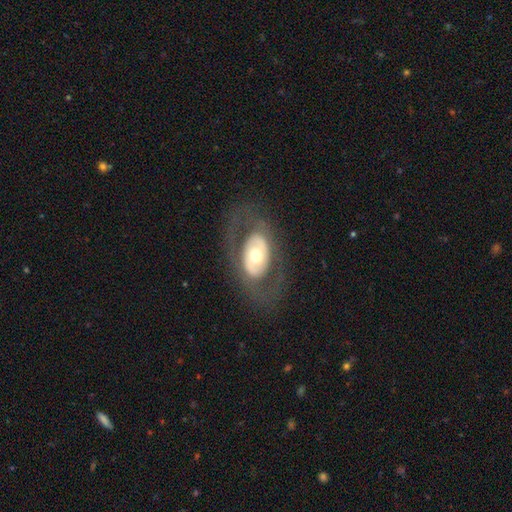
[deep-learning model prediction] Q: Smooth or featured?
A: featured or disk (61%); runner-up: smooth (33%)
Q: Edge-on disk?
A: no (90%); runner-up: yes (10%)
Q: Bar?
A: no (81%); runner-up: weak (12%)
Q: Spiral arms?
A: no (79%); runner-up: yes (21%)
Q: Bulge size?
A: moderate (66%); runner-up: large (23%)
Q: Merging?
A: none (74%); runner-up: major disturbance (13%)